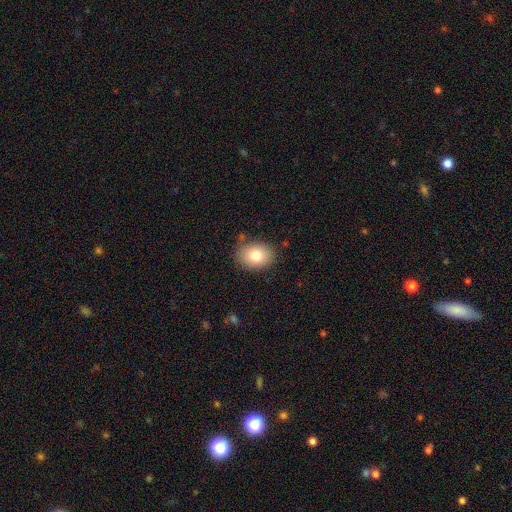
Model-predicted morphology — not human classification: The model was most divided on "how rounded": in between: 63%, round: 36%, cigar-shaped: 1%. More confident: merging — none (81%); smooth or featured — smooth (79%).